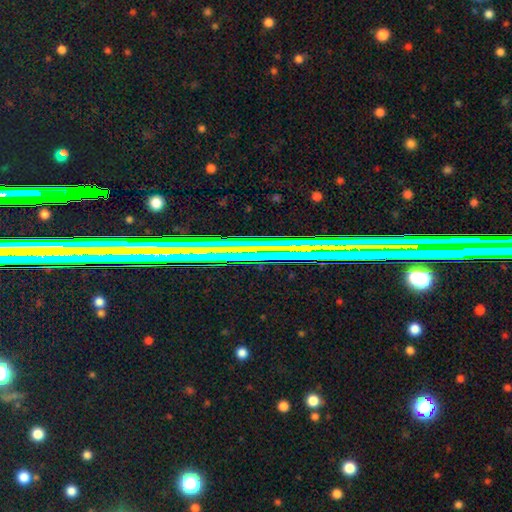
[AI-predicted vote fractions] A star or artifact, not a galaxy (67%).